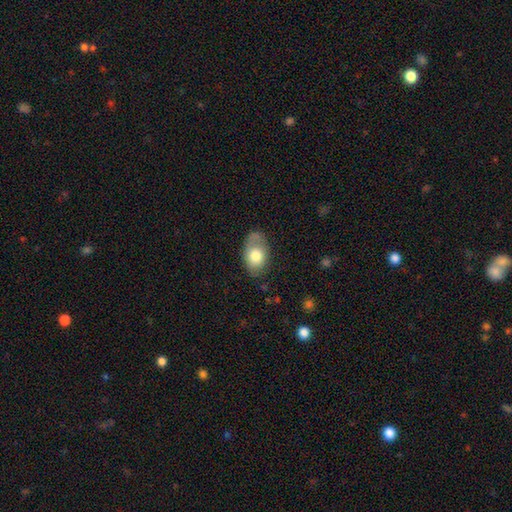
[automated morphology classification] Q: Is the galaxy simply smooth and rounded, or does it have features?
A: smooth — 73%.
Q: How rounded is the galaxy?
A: in between — 88%.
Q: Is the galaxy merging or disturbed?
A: none — 59%.